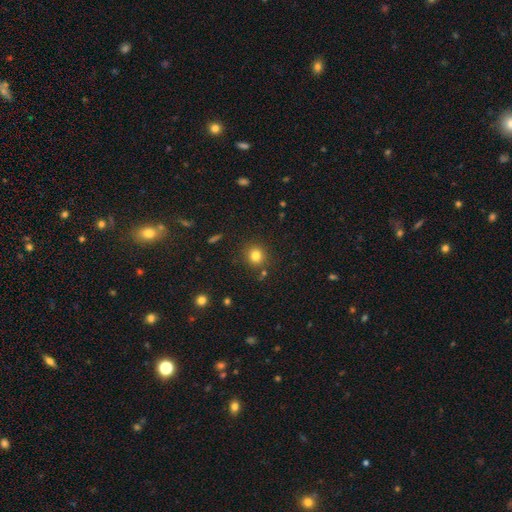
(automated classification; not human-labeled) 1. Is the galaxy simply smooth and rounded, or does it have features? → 80% smooth, 13% star or artifact, 7% featured or disk.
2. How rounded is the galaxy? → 88% round, 11% in between, 1% cigar-shaped.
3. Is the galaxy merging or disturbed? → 85% none, 8% minor disturbance, 4% merger, 3% major disturbance.